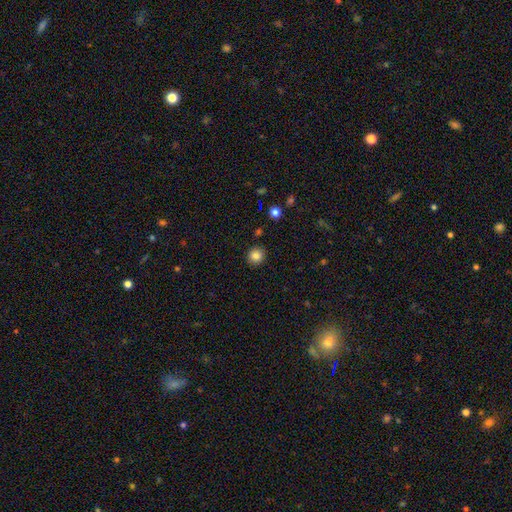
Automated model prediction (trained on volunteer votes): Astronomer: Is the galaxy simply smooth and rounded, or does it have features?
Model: smooth — 84%.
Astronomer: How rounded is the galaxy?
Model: round — 93%.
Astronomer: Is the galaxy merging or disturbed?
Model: none — 91%.